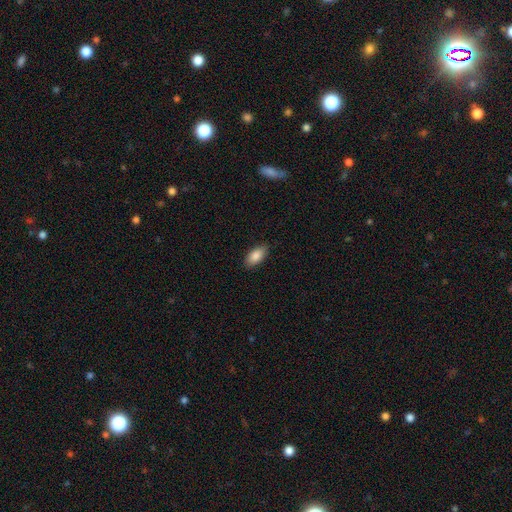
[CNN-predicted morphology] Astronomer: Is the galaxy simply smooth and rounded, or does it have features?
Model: smooth — 87%.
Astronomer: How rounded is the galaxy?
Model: in between — 91%.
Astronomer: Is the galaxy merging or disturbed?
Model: none — 86%.